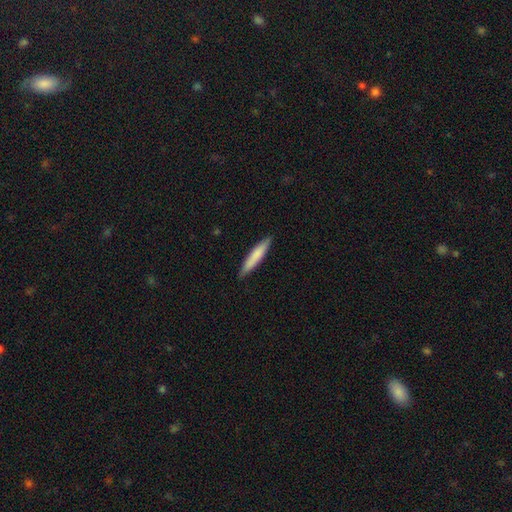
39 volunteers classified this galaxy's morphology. Overall: smooth (82%). How rounded: cigar-shaped (94%). Merging: none (86%).